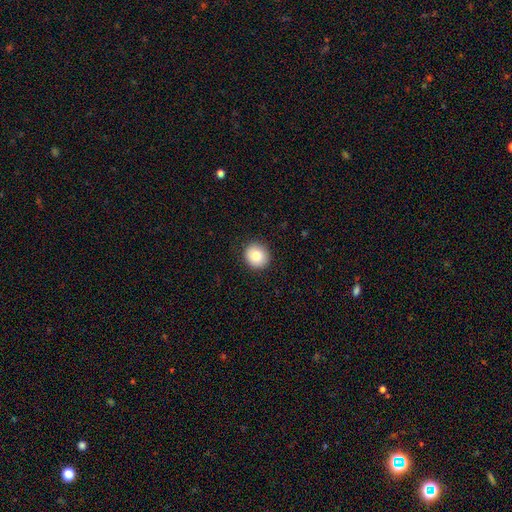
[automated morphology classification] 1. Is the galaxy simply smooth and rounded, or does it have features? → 83% smooth, 9% star or artifact, 8% featured or disk.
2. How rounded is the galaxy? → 85% round, 14% in between, 1% cigar-shaped.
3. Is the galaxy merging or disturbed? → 91% none, 6% minor disturbance, 2% major disturbance, 1% merger.